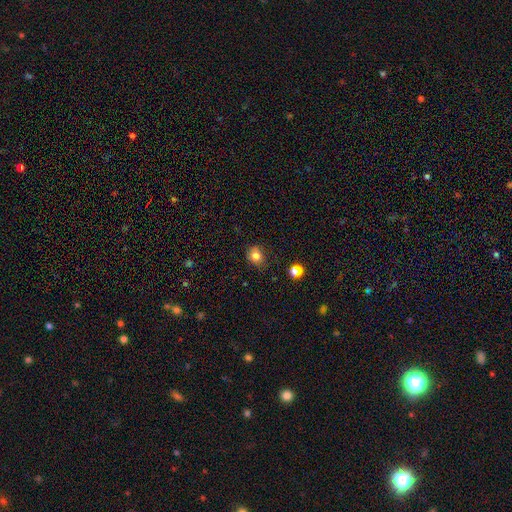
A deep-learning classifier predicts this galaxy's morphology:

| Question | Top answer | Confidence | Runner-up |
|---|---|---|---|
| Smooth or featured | smooth | 81% | star or artifact (12%) |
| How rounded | round | 71% | in between (28%) |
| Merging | none | 74% | minor disturbance (20%) |